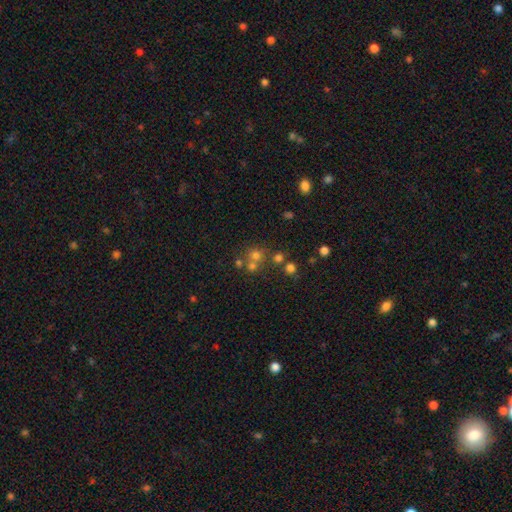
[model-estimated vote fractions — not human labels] smooth-or-featured: smooth: 60% | star or artifact: 25% | featured or disk: 14%
  how-rounded: round: 88% | in between: 11% | cigar-shaped: 1%
  merging: none: 55% | merger: 33% | minor disturbance: 7% | major disturbance: 4%